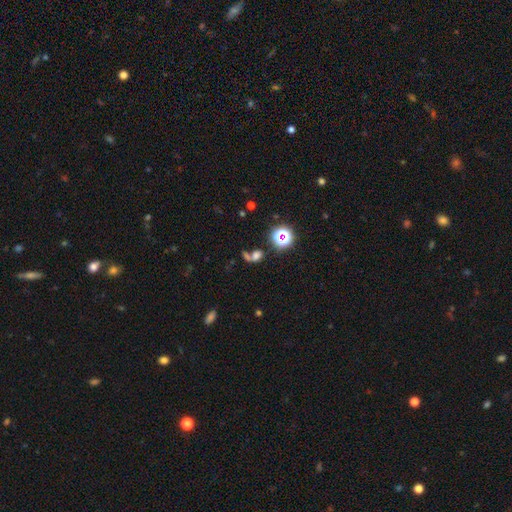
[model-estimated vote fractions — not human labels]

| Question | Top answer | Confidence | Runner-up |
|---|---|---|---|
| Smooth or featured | smooth | 52% | star or artifact (33%) |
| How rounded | in between | 52% | round (45%) |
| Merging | merger | 44% | none (32%) |